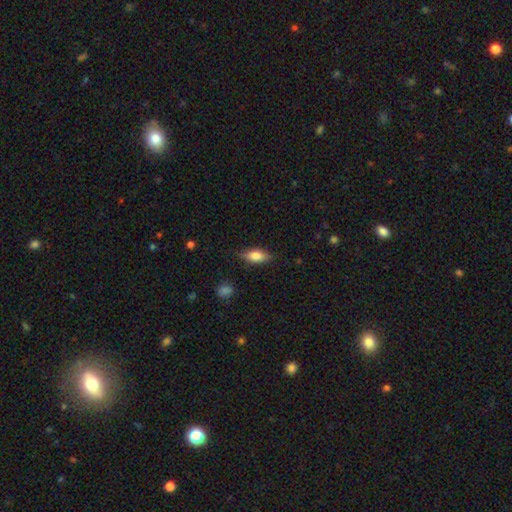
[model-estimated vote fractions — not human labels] A smooth galaxy with no disk features (74%) that is in between round and cigar-shaped (77%).

Vote fractions:
- Smooth or featured? smooth: 74% / featured or disk: 19% / star or artifact: 7%
- How rounded? in between: 77% / cigar-shaped: 19% / round: 4%
- Merging? none: 81% / minor disturbance: 15% / major disturbance: 3% / merger: 1%